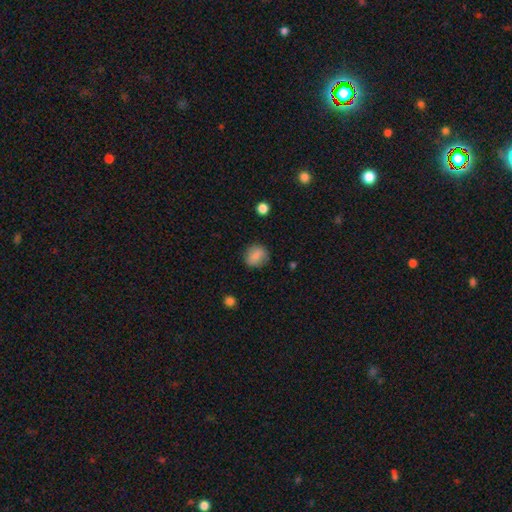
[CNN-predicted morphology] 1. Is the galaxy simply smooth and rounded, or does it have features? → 82% smooth, 10% featured or disk, 9% star or artifact.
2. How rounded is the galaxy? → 70% round, 28% in between, 1% cigar-shaped.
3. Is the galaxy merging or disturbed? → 82% none, 13% minor disturbance, 4% major disturbance, 1% merger.